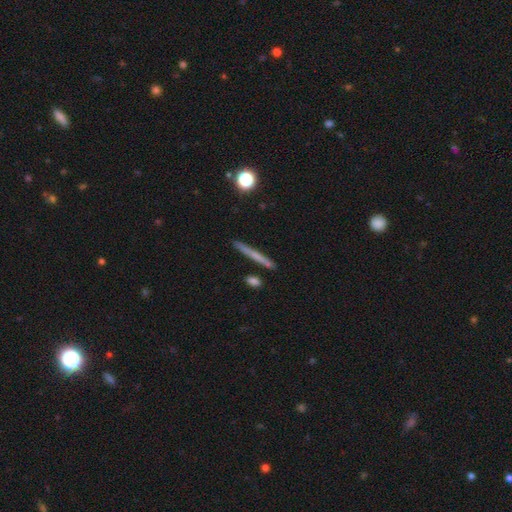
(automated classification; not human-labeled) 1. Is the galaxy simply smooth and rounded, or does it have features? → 54% smooth, 39% featured or disk, 8% star or artifact.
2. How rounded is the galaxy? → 95% cigar-shaped, 3% in between, 3% round.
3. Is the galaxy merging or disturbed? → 88% none, 7% minor disturbance, 3% merger, 2% major disturbance.